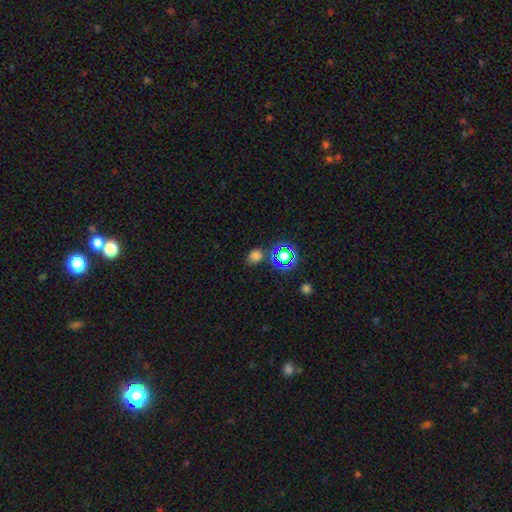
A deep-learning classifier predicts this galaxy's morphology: smooth_or_featured: smooth (p=0.68) [alt: star or artifact p=0.26]
how_rounded: round (p=0.58) [alt: in between p=0.41]
merging: none (p=0.73) [alt: minor disturbance p=0.15]